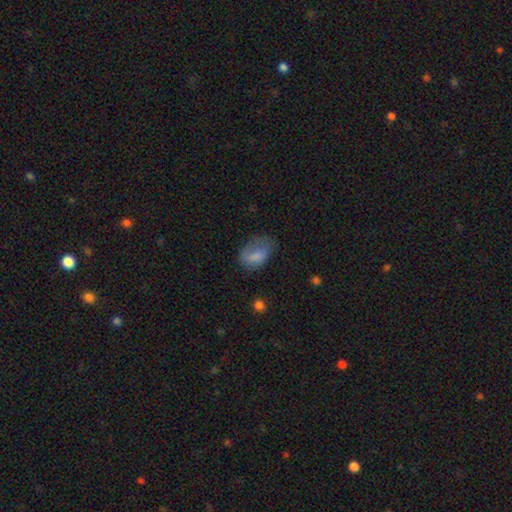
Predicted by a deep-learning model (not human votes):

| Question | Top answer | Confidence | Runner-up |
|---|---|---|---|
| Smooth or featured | smooth | 73% | featured or disk (18%) |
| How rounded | in between | 84% | round (15%) |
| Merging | none | 36% | minor disturbance (32%) |